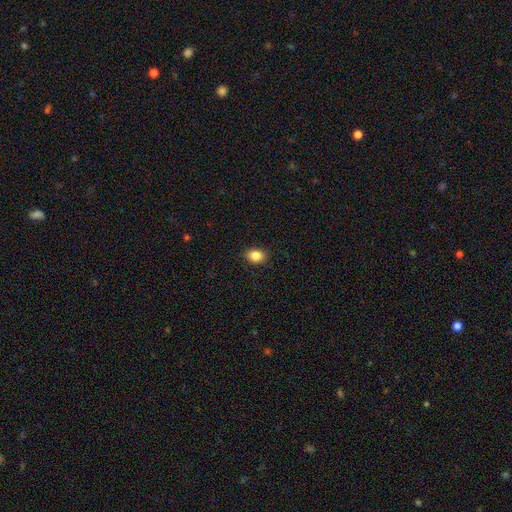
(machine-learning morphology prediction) A smooth galaxy with no disk features (86%) that is in between round and cigar-shaped (57%). Merging: none (88%).